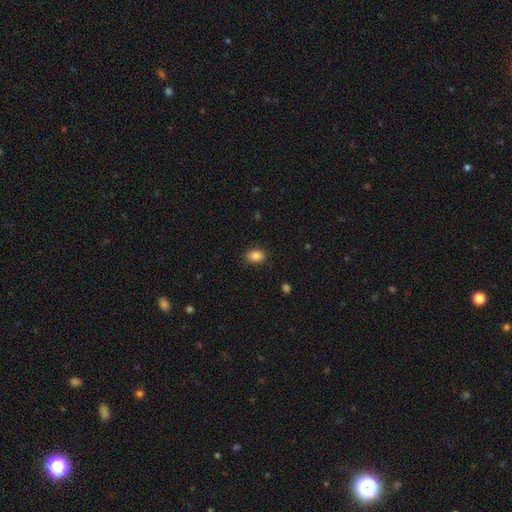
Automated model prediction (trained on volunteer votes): Smooth or featured? Predicted: smooth (p=0.87). How rounded? Predicted: in between (p=0.80). Merging? Predicted: none (p=0.85).